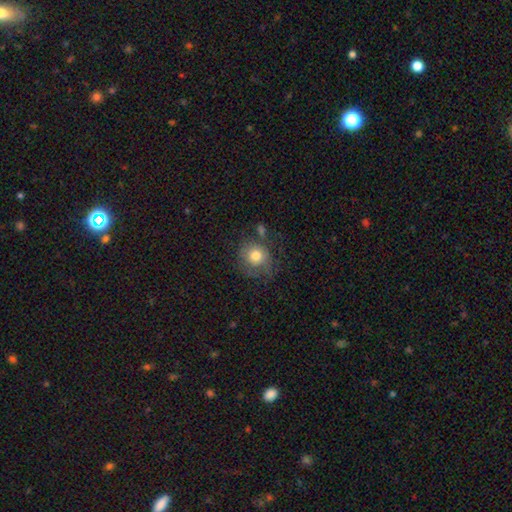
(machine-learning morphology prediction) Smooth or featured: smooth — 73% (featured or disk — 18%)
How rounded: round — 83% (in between — 16%)
Merging: none — 58% (minor disturbance — 23%)